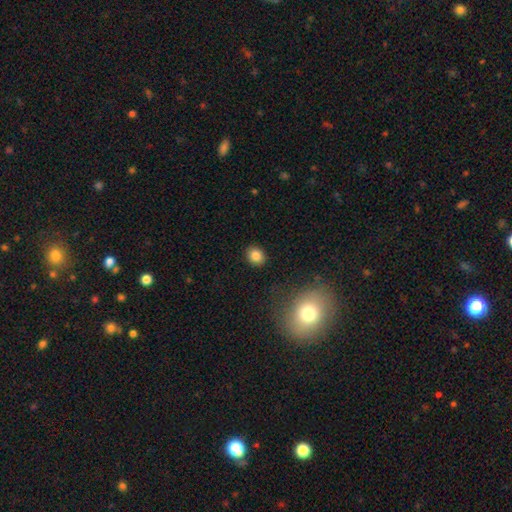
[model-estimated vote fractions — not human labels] This is clearly a smooth galaxy (83%). How rounded: likely round (68%). Merging: clearly none (90%).